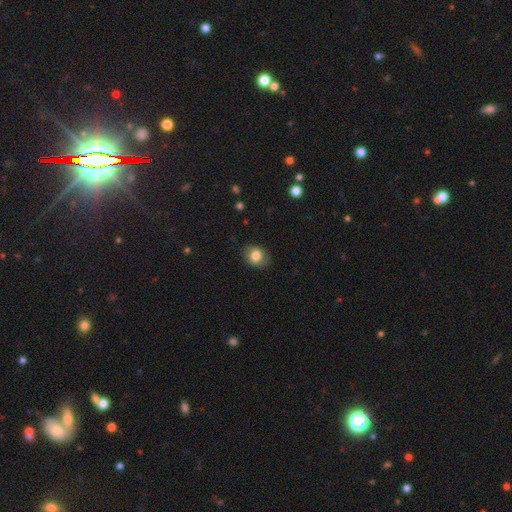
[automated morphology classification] Smooth or featured?
  - smooth: 80% *
  - featured or disk: 12%
  - star or artifact: 8%
How rounded?
  - in between: 50% *
  - round: 49%
  - cigar-shaped: 1%
Merging?
  - none: 83% *
  - minor disturbance: 13%
  - major disturbance: 3%
  - merger: 1%